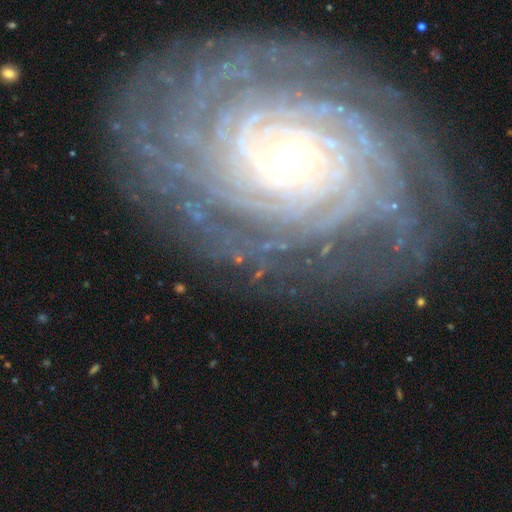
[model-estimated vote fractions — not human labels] Smooth or featured? Predicted: featured or disk (p=0.89). Edge-on disk? Predicted: no (p=0.97). Bar? Predicted: no (p=0.65). Spiral arms? Predicted: yes (p=0.98). Spiral winding? Predicted: tight (p=0.85). Spiral arm count? Predicted: more than 4 (p=0.38). Bulge size? Predicted: small (p=0.78). Merging? Predicted: none (p=0.81).